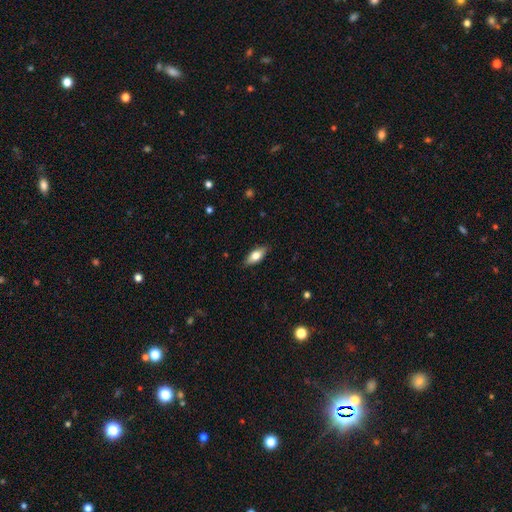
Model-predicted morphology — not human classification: This is likely a smooth galaxy (71%). How rounded: clearly in between (80%). Merging: clearly none (87%).